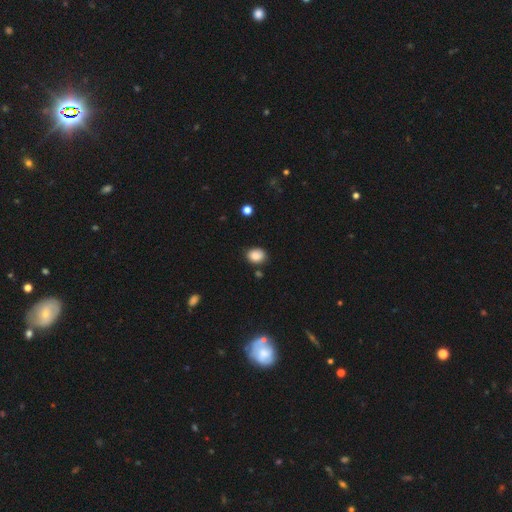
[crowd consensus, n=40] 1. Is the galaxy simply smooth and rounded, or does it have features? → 88% smooth, 12% star or artifact, 0% featured or disk.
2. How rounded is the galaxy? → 54% round, 46% in between, 0% cigar-shaped.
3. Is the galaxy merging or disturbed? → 83% none, 11% minor disturbance, 6% merger, 0% major disturbance.